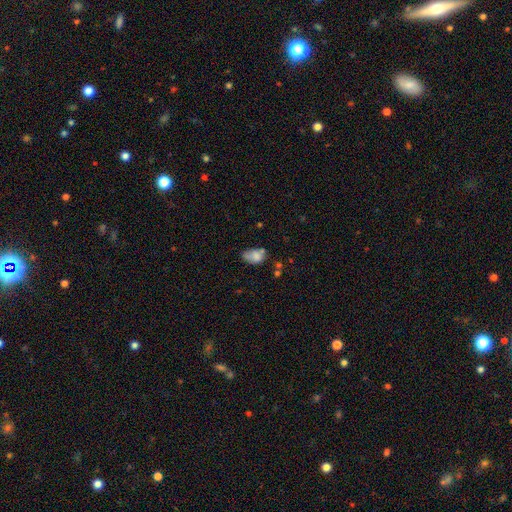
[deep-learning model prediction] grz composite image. It shows a smooth galaxy with no disk features (75%) that is in between round and cigar-shaped (84%). Merging: none (40%).